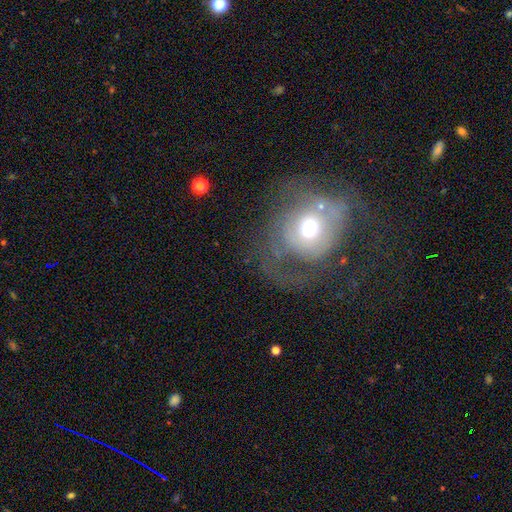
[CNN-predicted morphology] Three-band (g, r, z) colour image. It shows a featured or disk galaxy (49%). Merging: major disturbance (45%).